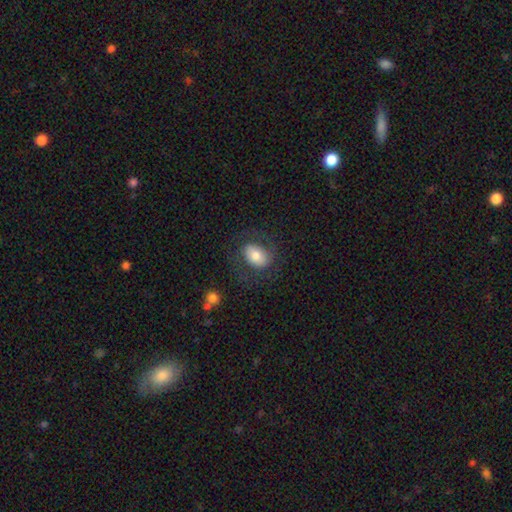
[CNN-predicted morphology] Smooth or featured? smooth (68%)
How rounded? in between (77%)
Merging? none (68%)